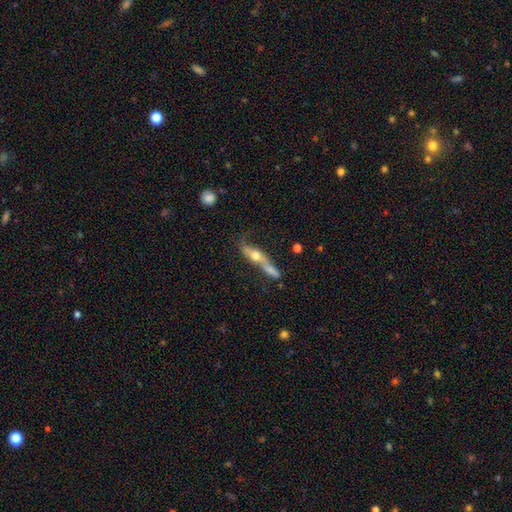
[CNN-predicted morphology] Smooth or featured? Predicted: featured or disk (p=0.66). Edge-on disk? Predicted: yes (p=0.78). Edge-on bulge? Predicted: rounded (p=0.90). Merging? Predicted: none (p=0.49).